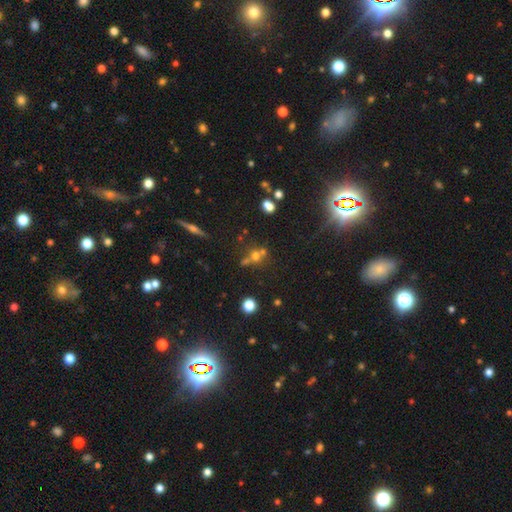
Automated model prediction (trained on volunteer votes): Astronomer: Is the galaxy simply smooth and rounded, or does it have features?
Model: smooth — 44% (runner-up: star or artifact, 36%).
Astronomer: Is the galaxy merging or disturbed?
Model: none — 52% (runner-up: merger, 36%).